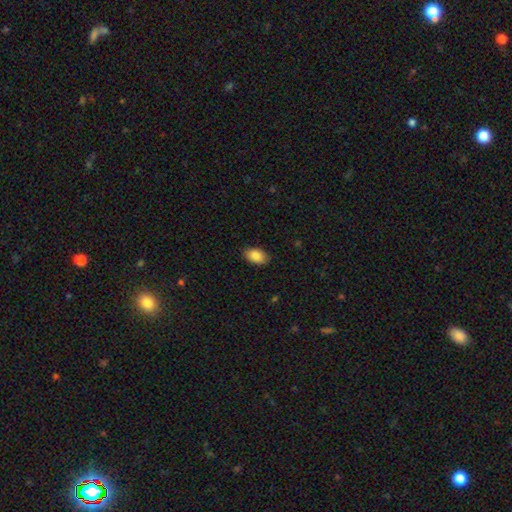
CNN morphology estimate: smooth_or_featured: smooth (p=0.87) [alt: star or artifact p=0.07]
how_rounded: in between (p=0.91) [alt: round p=0.08]
merging: none (p=0.86) [alt: minor disturbance p=0.11]